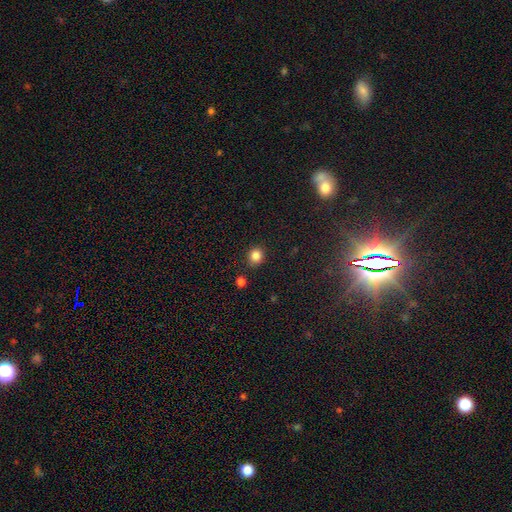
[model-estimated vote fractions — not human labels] A smooth galaxy with no disk features (84%) that is round (84%). Merging: none (88%).